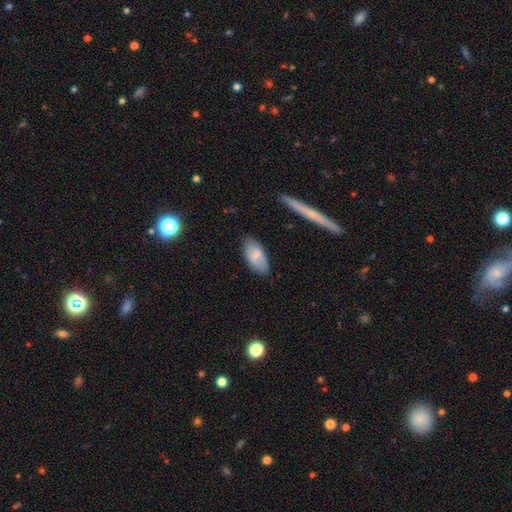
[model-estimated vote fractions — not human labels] Morphology: type=smooth (74%); roundness=in between (93%); merging=none (77%).